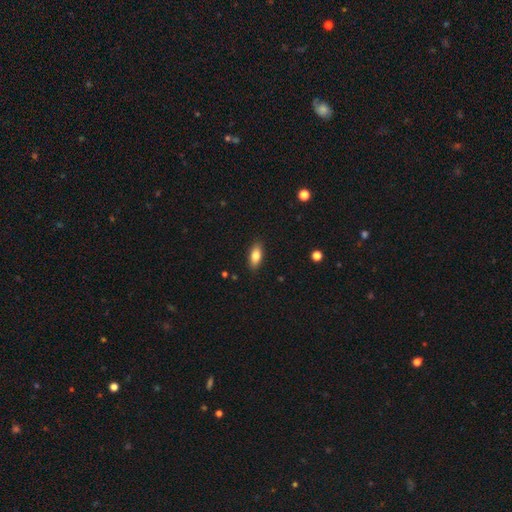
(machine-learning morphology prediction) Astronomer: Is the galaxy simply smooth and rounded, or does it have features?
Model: smooth — 82%.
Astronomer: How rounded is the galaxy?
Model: in between — 83%.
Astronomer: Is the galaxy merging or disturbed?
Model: none — 88%.